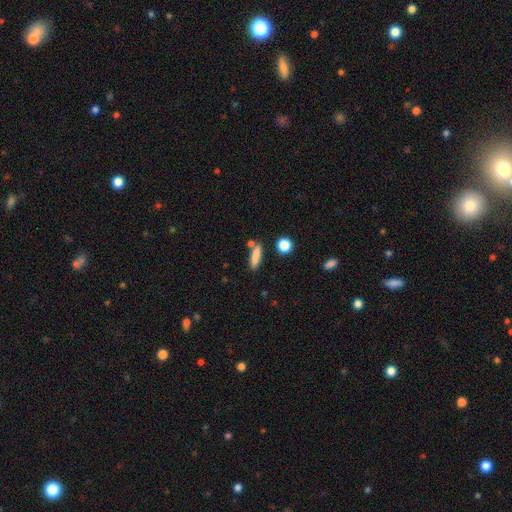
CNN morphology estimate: smooth-or-featured: smooth: 83% | star or artifact: 8% | featured or disk: 8%
  how-rounded: cigar-shaped: 59% | in between: 37% | round: 4%
  merging: none: 75% | minor disturbance: 12% | merger: 10% | major disturbance: 3%